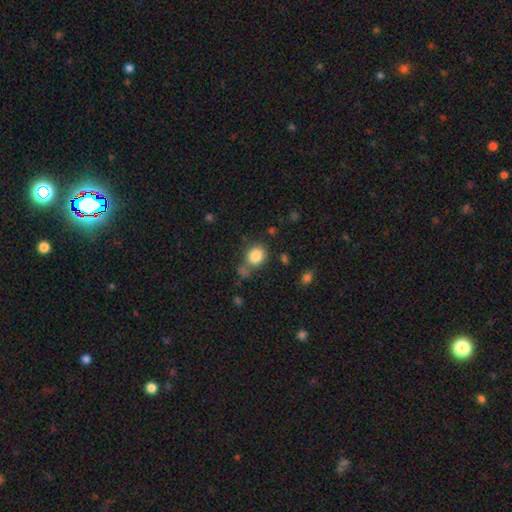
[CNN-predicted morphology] smooth-or-featured: smooth: 84% | star or artifact: 10% | featured or disk: 6%
  how-rounded: round: 69% | in between: 30% | cigar-shaped: 1%
  merging: none: 66% | minor disturbance: 15% | merger: 13% | major disturbance: 6%